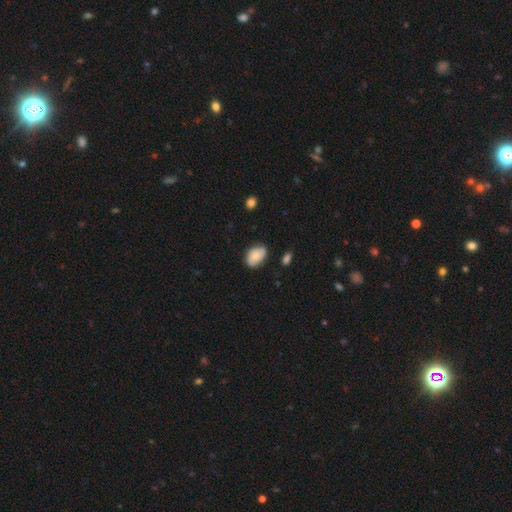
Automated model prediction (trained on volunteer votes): Smooth or featured? Predicted: smooth (p=0.75). How rounded? Predicted: in between (p=0.87). Merging? Predicted: none (p=0.73).